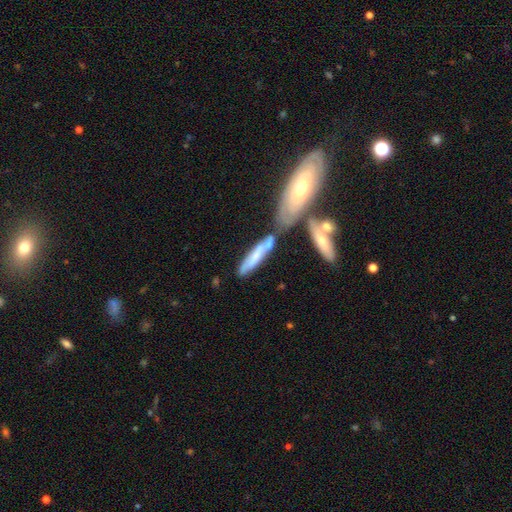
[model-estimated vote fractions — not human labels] Overall: smooth (56%; featured or disk 37%). How rounded: cigar-shaped (77%). Merging: none (42%; merger 33%).